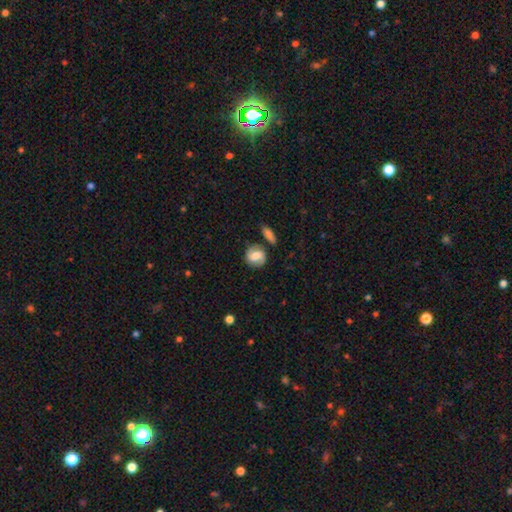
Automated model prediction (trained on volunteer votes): The model was most divided on "smooth or featured": featured or disk: 48%, smooth: 45%, star or artifact: 7%. More confident: merging — none (69%).